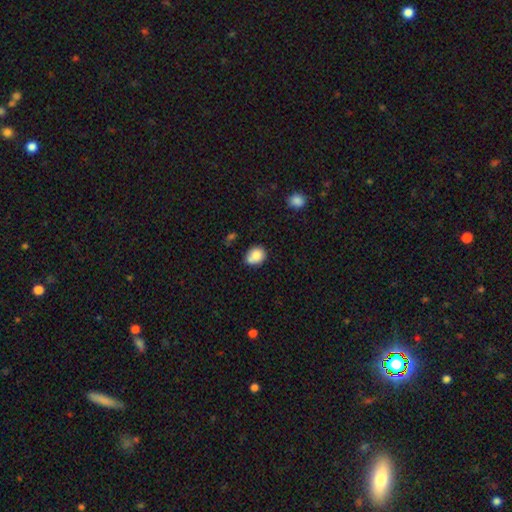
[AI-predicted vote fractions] A smooth galaxy with no disk features (82%) that is round (62%).

Vote fractions:
- Smooth or featured? smooth: 82% / featured or disk: 9% / star or artifact: 9%
- How rounded? round: 62% / in between: 37% / cigar-shaped: 1%
- Merging? none: 51% / minor disturbance: 23% / merger: 20% / major disturbance: 6%